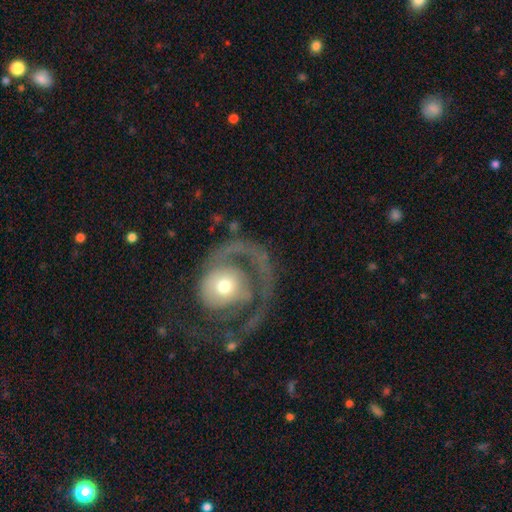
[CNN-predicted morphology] The model was most divided on "merging": none: 48%, major disturbance: 34%, minor disturbance: 15%, merger: 3%. Remaining: edge-on disk — no (97%); spiral arms — yes (81%); smooth or featured — featured or disk (80%); bar — no (79%); spiral arm count — 1 (68%); bulge size — moderate (60%); spiral winding — tight (48%).